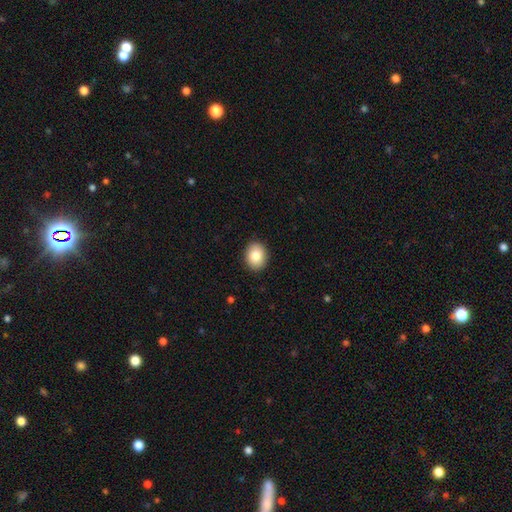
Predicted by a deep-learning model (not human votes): smooth_or_featured: smooth (p=0.84) [alt: featured or disk p=0.08]
how_rounded: round (p=0.53) [alt: in between p=0.46]
merging: none (p=0.91) [alt: minor disturbance p=0.07]